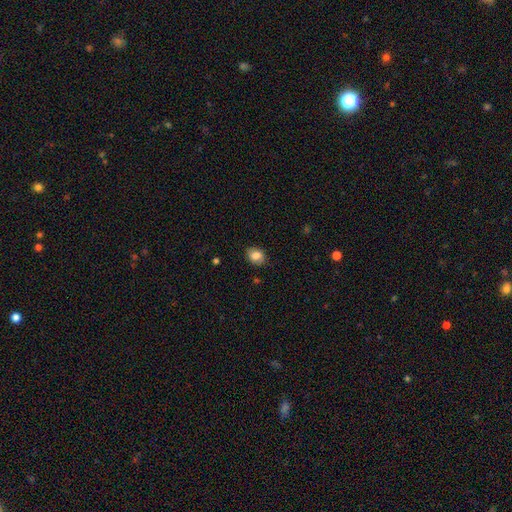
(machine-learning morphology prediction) Smooth or featured? smooth (82%)
How rounded? in between (54%)
Merging? none (86%)